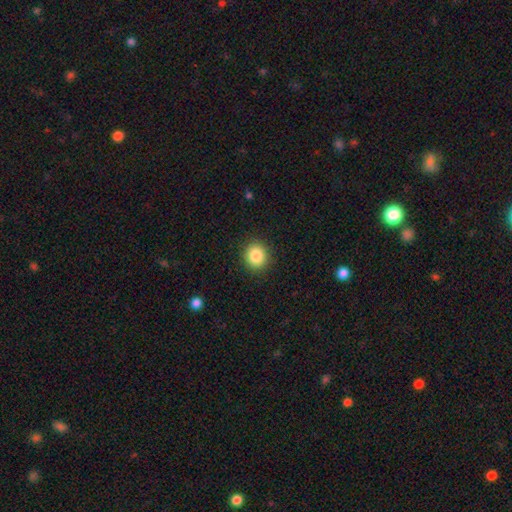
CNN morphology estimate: type=smooth (86%); roundness=round (83%); merging=none (91%).